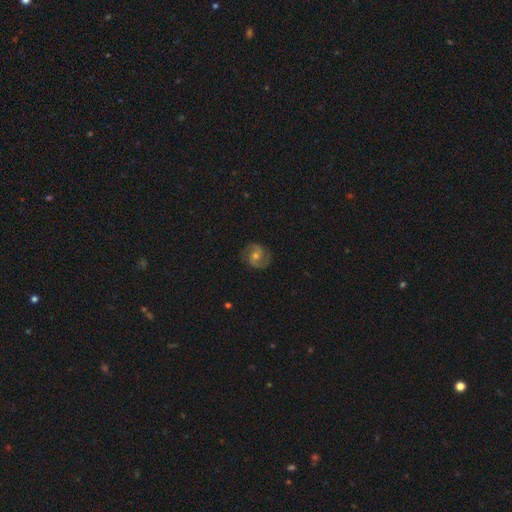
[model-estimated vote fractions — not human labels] Smooth or featured? featured or disk (82%)
Edge-on disk? no (98%)
Bar? no (47%)
Spiral arms? yes (96%)
Spiral winding? medium (55%)
Spiral arm count? 2 (90%)
Bulge size? moderate (54%)
Merging? none (85%)